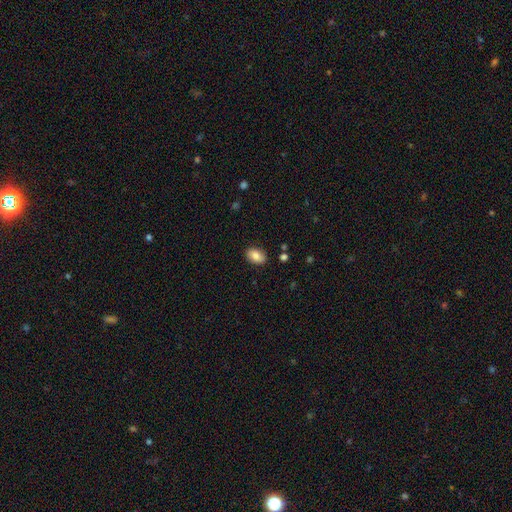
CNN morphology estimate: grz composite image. It shows a smooth galaxy with no disk features (83%) that is in between round and cigar-shaped (87%). Merging: none (87%).